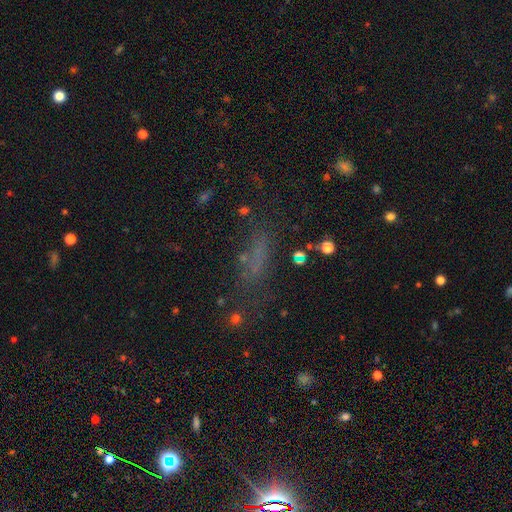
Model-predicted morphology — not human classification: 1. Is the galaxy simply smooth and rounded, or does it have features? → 43% star or artifact, 39% smooth, 19% featured or disk.